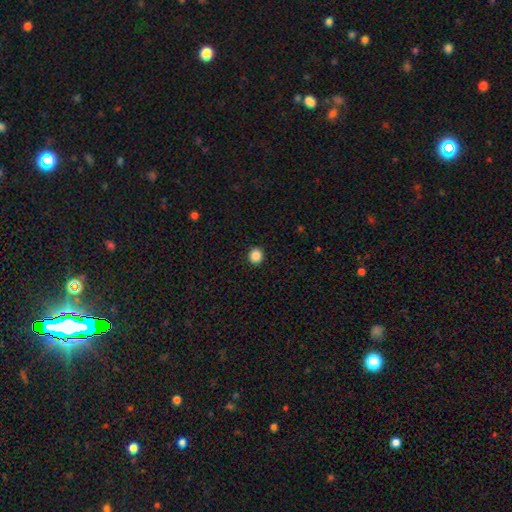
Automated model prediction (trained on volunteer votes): A smooth galaxy with no disk features (86%) that is round (88%).

Vote fractions:
- Smooth or featured? smooth: 86% / star or artifact: 10% / featured or disk: 3%
- How rounded? round: 88% / in between: 11% / cigar-shaped: 1%
- Merging? none: 93% / minor disturbance: 4% / major disturbance: 2% / merger: 1%